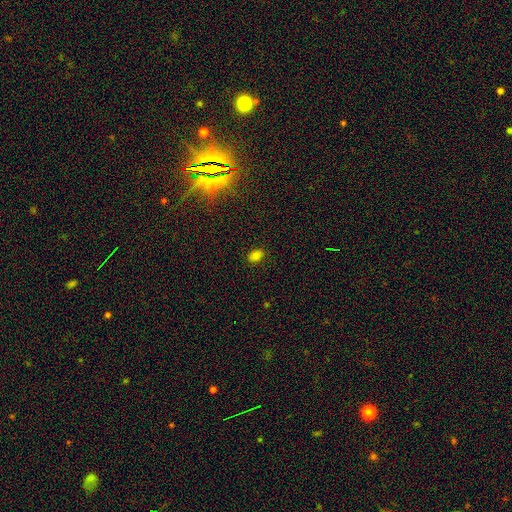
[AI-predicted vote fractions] Smooth or featured?
  - smooth: 78% *
  - star or artifact: 15%
  - featured or disk: 6%
How rounded?
  - in between: 78% *
  - round: 21%
  - cigar-shaped: 2%
Merging?
  - none: 87% *
  - minor disturbance: 9%
  - major disturbance: 2%
  - merger: 1%